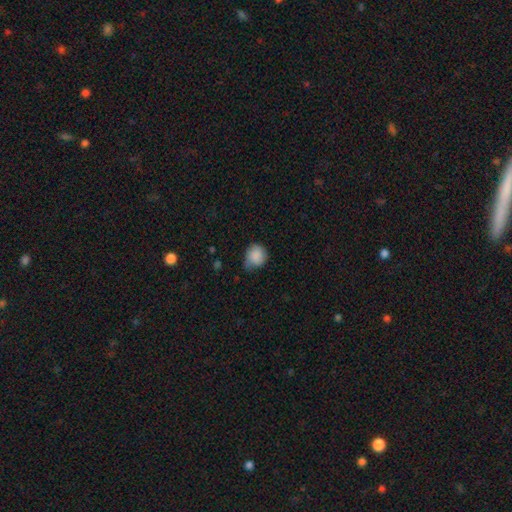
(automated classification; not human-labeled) Smooth or featured? smooth (86%)
How rounded? round (76%)
Merging? none (52%)